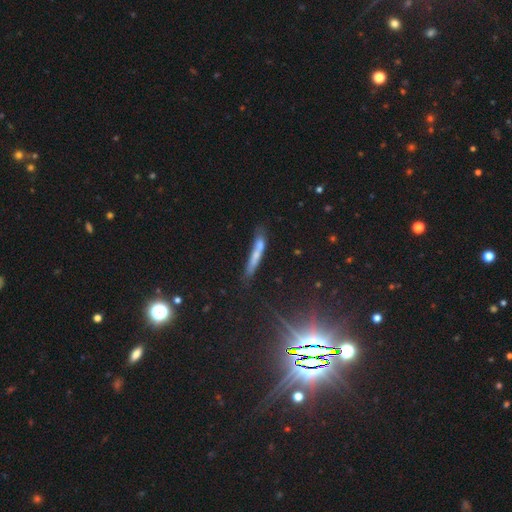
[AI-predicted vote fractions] Overall: star or artifact (40%; smooth 31%).